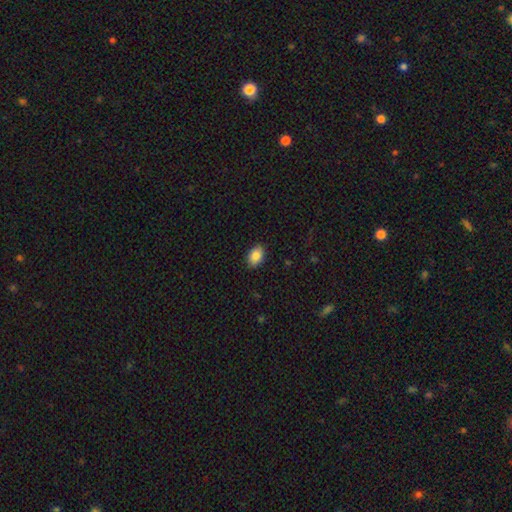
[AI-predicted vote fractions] A smooth galaxy with no disk features (87%) that is in between round and cigar-shaped (85%). Merging: none (88%).